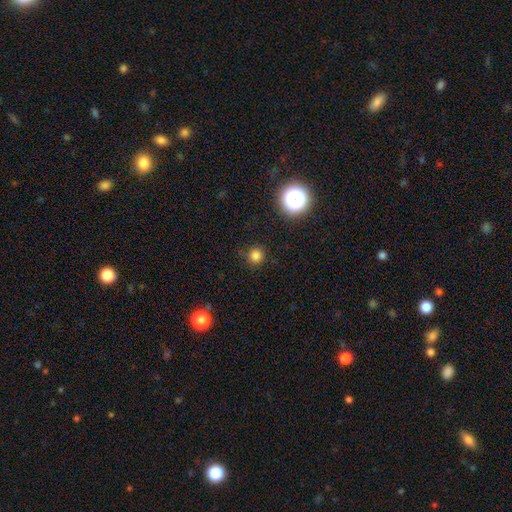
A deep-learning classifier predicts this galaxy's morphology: smooth 79%, star or artifact 16%, featured or disk 4%. Down the decision tree: how rounded — round (95%); merging — none (88%).